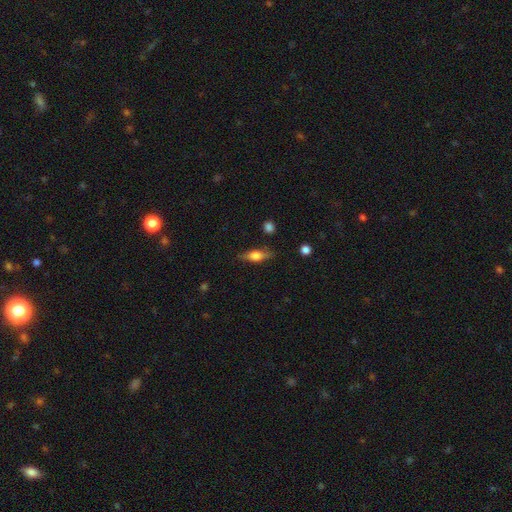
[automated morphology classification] A smooth galaxy with no disk features (50%).

Vote fractions:
- Smooth or featured? smooth: 50% / featured or disk: 43% / star or artifact: 8%
- Merging? none: 81% / minor disturbance: 14% / major disturbance: 4% / merger: 2%